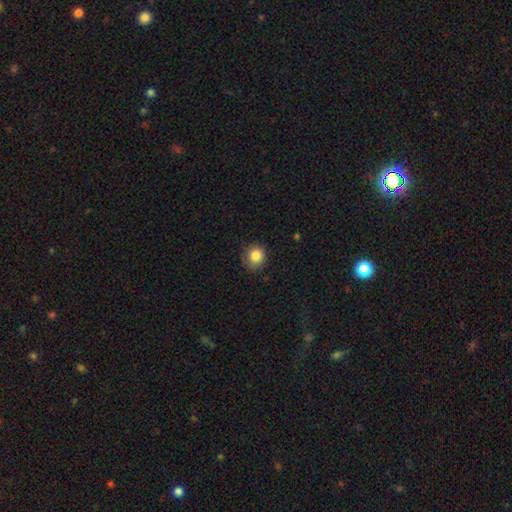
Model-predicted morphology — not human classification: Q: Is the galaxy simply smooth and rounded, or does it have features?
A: smooth — 84%.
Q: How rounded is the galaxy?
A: round — 84%.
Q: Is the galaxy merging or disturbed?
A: none — 77%.